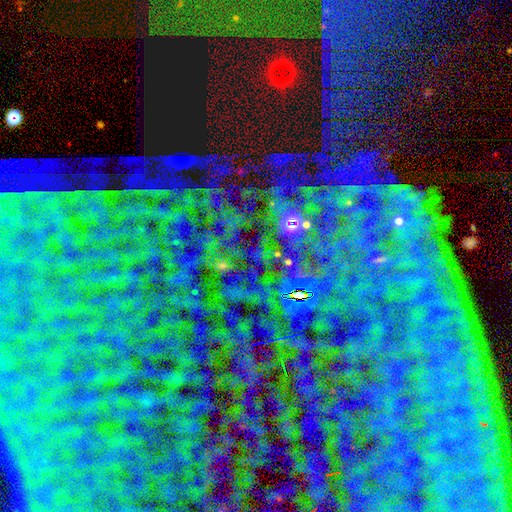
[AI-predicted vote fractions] Morphology: type=star or artifact (80%).